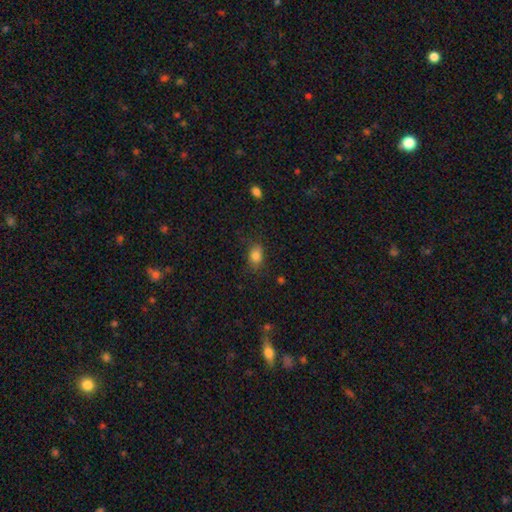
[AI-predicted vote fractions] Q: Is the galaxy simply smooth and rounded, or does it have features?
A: smooth — 83%.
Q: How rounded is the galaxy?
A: in between — 77%.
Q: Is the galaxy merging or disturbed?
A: none — 77%.